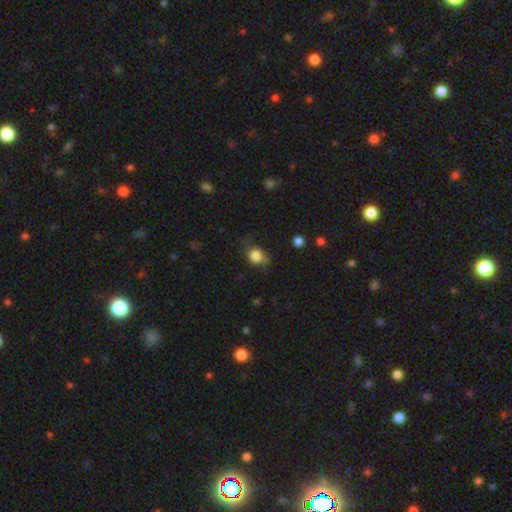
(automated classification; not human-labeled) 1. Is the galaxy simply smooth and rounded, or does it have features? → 83% smooth, 10% star or artifact, 8% featured or disk.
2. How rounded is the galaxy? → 52% round, 47% in between, 1% cigar-shaped.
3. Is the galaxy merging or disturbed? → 57% none, 32% minor disturbance, 9% major disturbance, 2% merger.